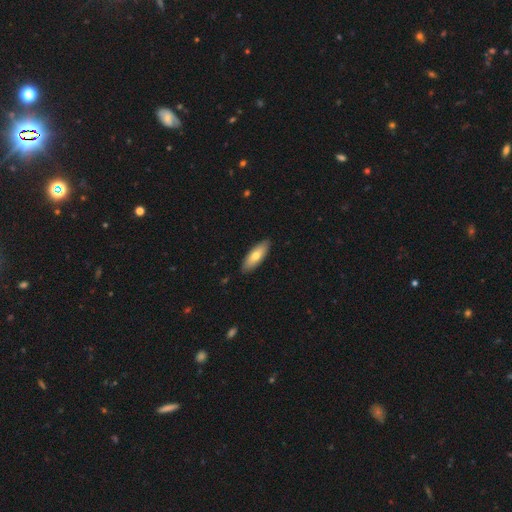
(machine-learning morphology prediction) Smooth or featured? smooth (70%)
How rounded? in between (68%)
Merging? none (89%)